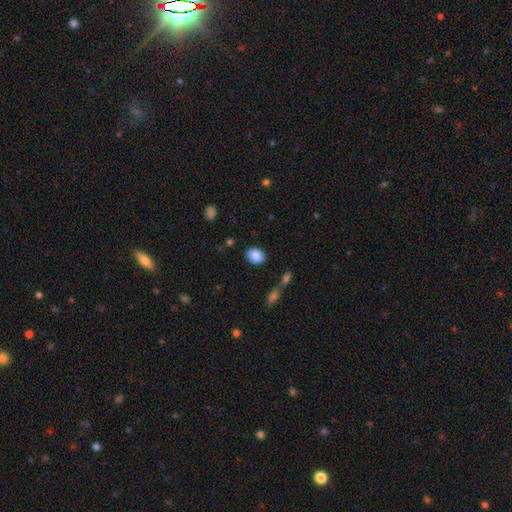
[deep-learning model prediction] Smooth or featured? smooth (88%)
How rounded? in between (66%)
Merging? none (83%)